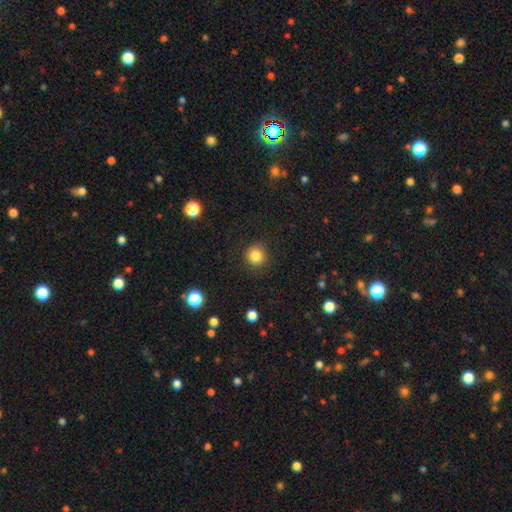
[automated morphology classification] This appears to be a smooth galaxy with no disk features (84%) that is round (92%). Merging: none (88%).